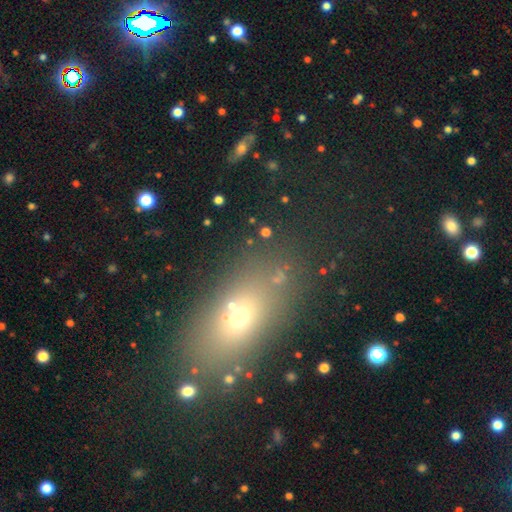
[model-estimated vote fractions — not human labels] Overall: smooth (59%; star or artifact 25%). How rounded: in between (68%). Merging: none (80%).